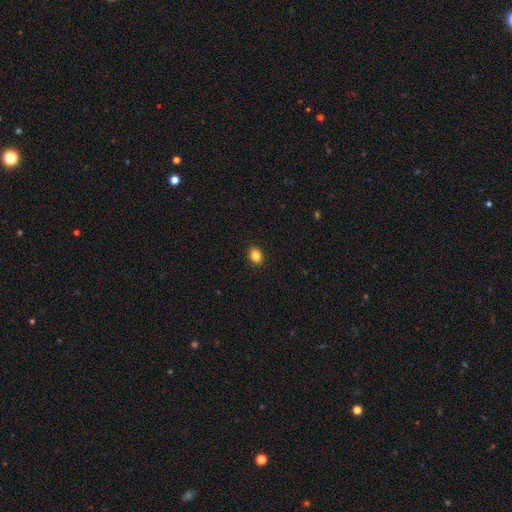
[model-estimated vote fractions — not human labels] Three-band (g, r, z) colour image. It shows a smooth galaxy with no disk features (84%) that is round (58%). Merging: none (92%).